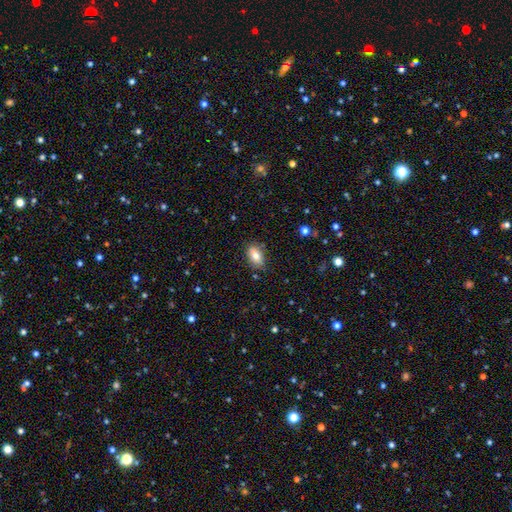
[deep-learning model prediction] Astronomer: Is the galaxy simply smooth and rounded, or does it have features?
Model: smooth — 75%.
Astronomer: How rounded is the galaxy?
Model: in between — 89%.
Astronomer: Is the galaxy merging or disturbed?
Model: none — 82%.